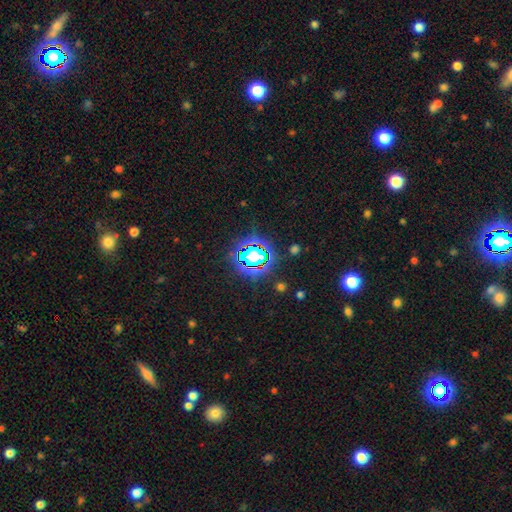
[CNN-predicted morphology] This appears to be a star or artifact, not a galaxy (79%).